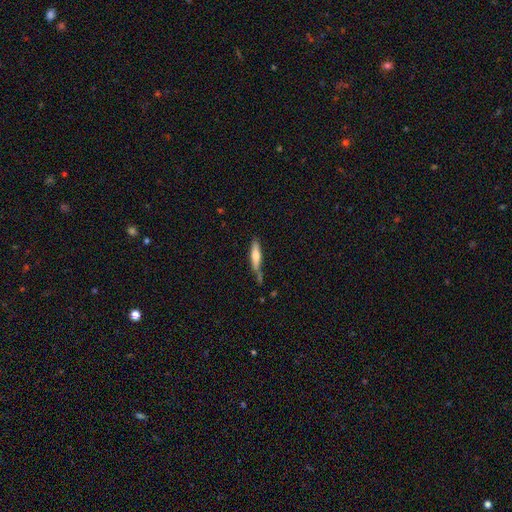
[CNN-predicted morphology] This is possibly a smooth galaxy (60%). How rounded: clearly cigar-shaped (80%). Merging: possibly none (56%).